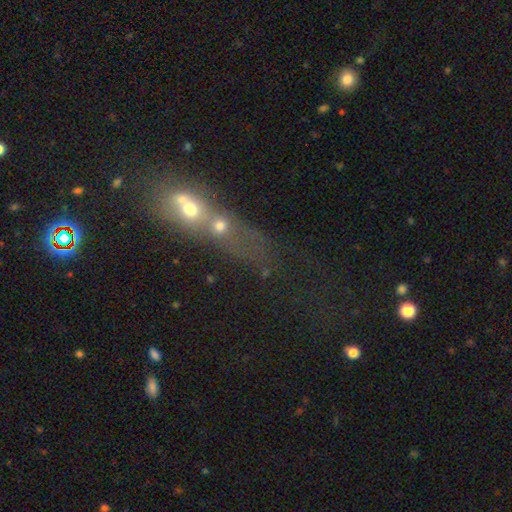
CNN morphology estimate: The model was most divided on "smooth or featured": smooth: 43%, featured or disk: 29%, star or artifact: 28%. More confident: merging — merger (59%).